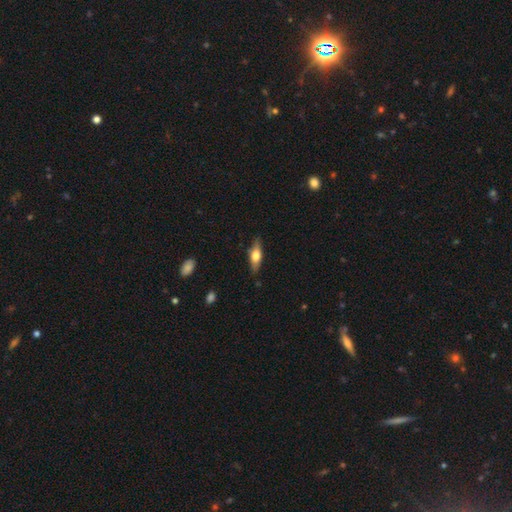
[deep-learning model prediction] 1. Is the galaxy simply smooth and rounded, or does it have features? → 49% featured or disk, 45% smooth, 6% star or artifact.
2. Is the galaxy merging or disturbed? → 85% none, 12% minor disturbance, 2% major disturbance, 1% merger.